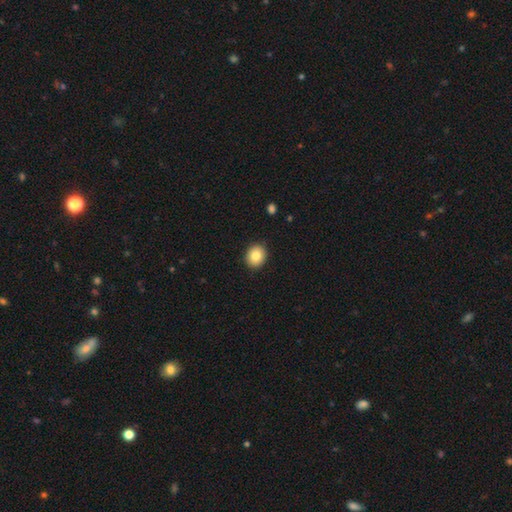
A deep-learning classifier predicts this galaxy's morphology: Overall: smooth (84%). How rounded: round (69%; in between 30%). Merging: none (90%).